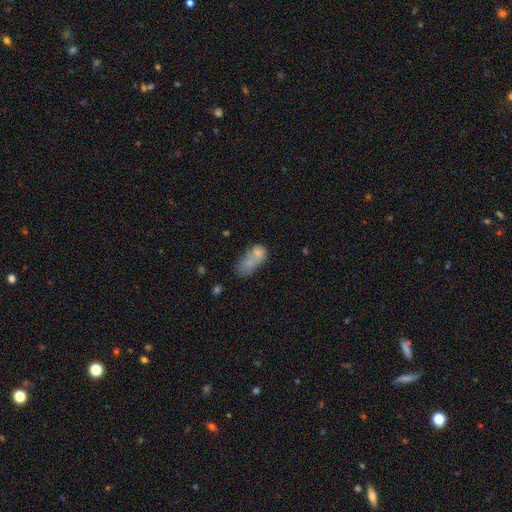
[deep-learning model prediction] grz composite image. It shows a smooth galaxy with no disk features (66%) that is in between round and cigar-shaped (79%). Merging: merger (50%).